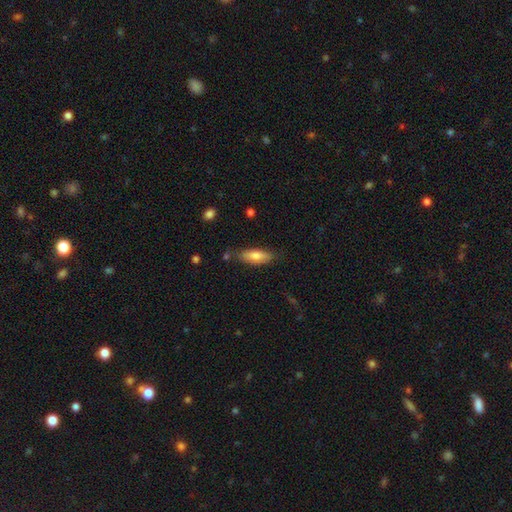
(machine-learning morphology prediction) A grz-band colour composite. It shows a smooth galaxy with no disk features (75%) that is in between round and cigar-shaped (58%). Merging: none (77%).